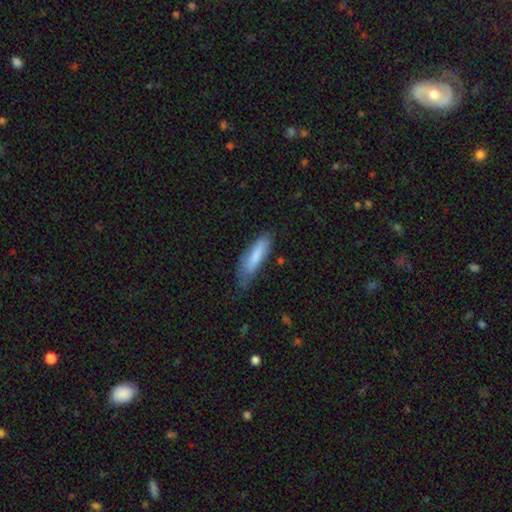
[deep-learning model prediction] This is likely a smooth galaxy (78%). How rounded: likely cigar-shaped (62%). Merging: likely none (62%).